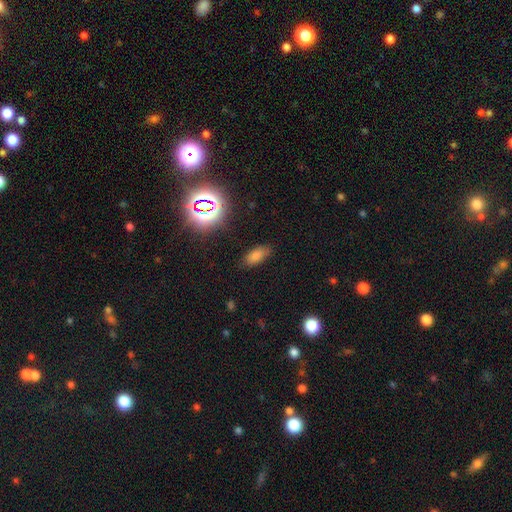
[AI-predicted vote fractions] Smooth or featured? Predicted: smooth (p=0.67). How rounded? Predicted: in between (p=0.84). Merging? Predicted: none (p=0.84).